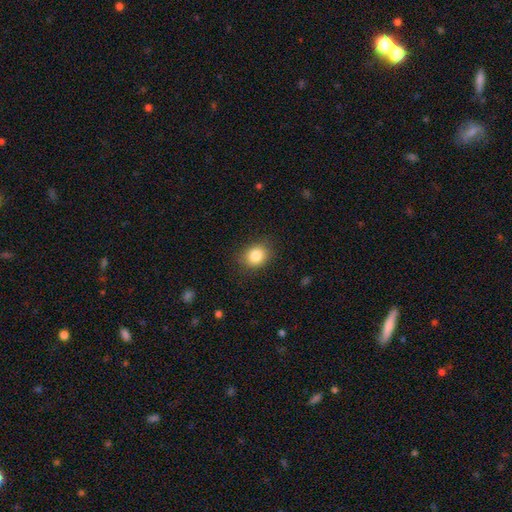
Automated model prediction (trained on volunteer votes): Smooth or featured?
  - smooth: 84% *
  - star or artifact: 10%
  - featured or disk: 7%
How rounded?
  - round: 57% *
  - in between: 42%
  - cigar-shaped: 1%
Merging?
  - none: 85% *
  - minor disturbance: 11%
  - major disturbance: 3%
  - merger: 1%